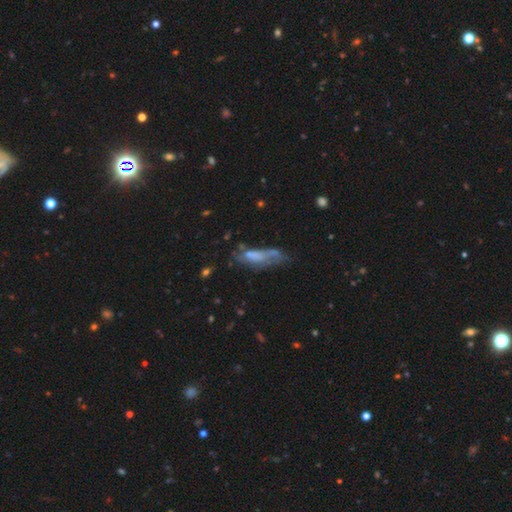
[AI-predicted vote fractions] Smooth or featured? smooth (51%)
How rounded? cigar-shaped (51%)
Merging? none (32%)